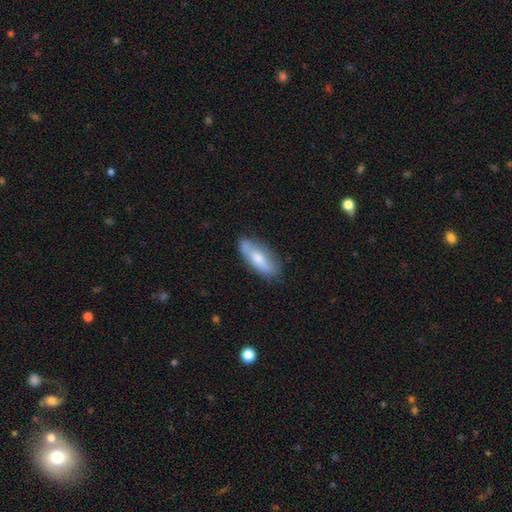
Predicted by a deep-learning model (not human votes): Morphology: type=smooth (62%); roundness=in between (66%); merging=none (74%).